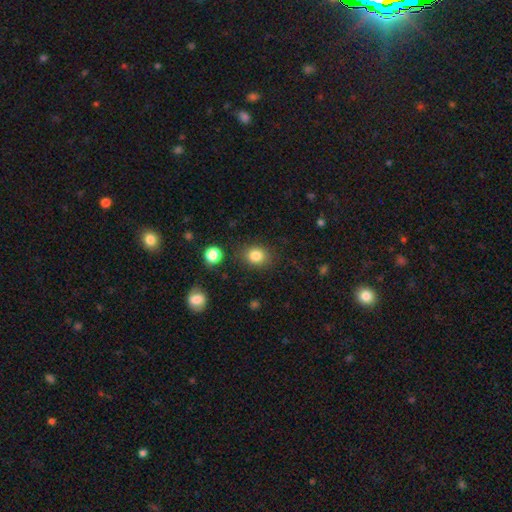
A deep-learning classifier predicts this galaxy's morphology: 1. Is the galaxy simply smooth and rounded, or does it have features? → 83% smooth, 11% star or artifact, 6% featured or disk.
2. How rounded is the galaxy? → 64% round, 35% in between, 1% cigar-shaped.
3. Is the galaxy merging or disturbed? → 83% none, 11% minor disturbance, 4% major disturbance, 3% merger.